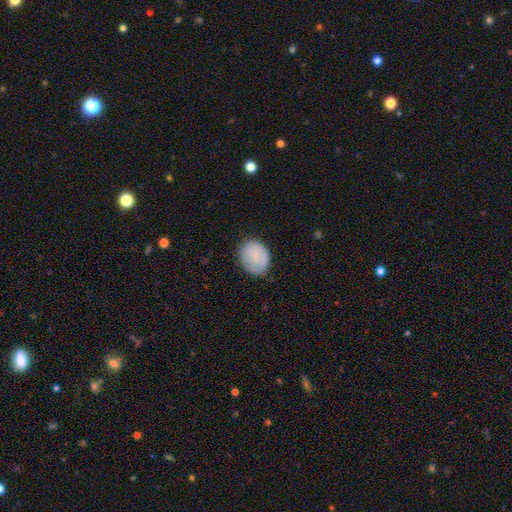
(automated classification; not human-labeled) smooth-or-featured: smooth: 69% | featured or disk: 24% | star or artifact: 7%
  how-rounded: round: 51% | in between: 48% | cigar-shaped: 1%
  merging: none: 73% | minor disturbance: 21% | major disturbance: 5% | merger: 1%